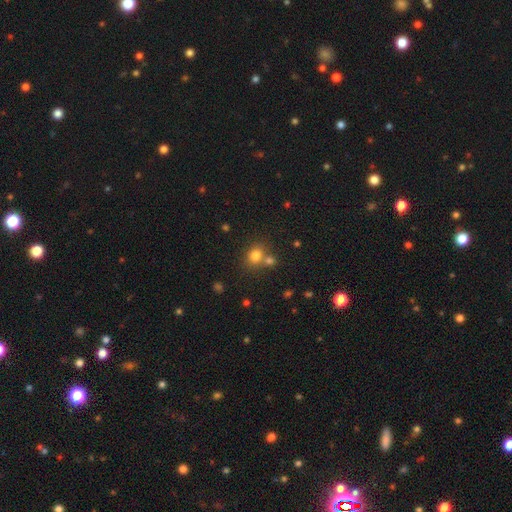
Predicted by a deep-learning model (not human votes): Smooth or featured?
  - smooth: 78% *
  - star or artifact: 13%
  - featured or disk: 8%
How rounded?
  - round: 63% *
  - in between: 36%
  - cigar-shaped: 1%
Merging?
  - none: 58% *
  - merger: 29%
  - minor disturbance: 10%
  - major disturbance: 4%